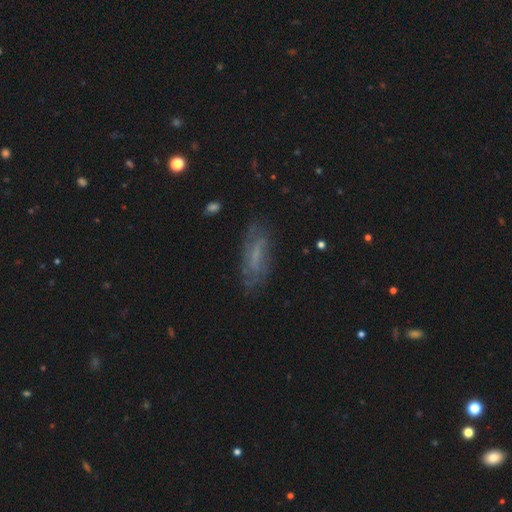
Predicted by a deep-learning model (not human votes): Smooth or featured? Predicted: featured or disk (p=0.48). Merging? Predicted: none (p=0.72).